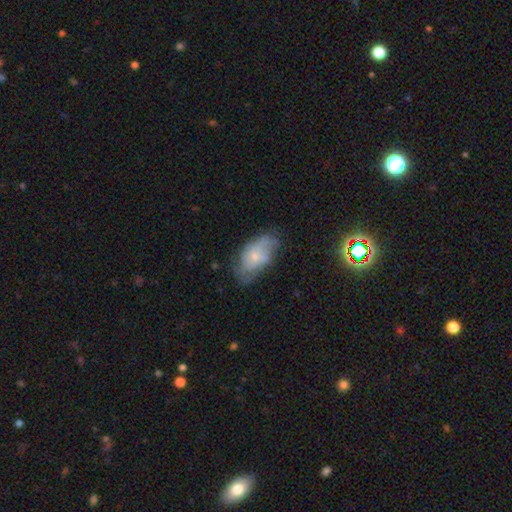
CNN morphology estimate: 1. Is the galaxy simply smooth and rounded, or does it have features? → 50% smooth, 41% featured or disk, 9% star or artifact.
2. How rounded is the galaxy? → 92% in between, 5% round, 3% cigar-shaped.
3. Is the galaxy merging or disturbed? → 51% none, 32% minor disturbance, 14% major disturbance, 3% merger.